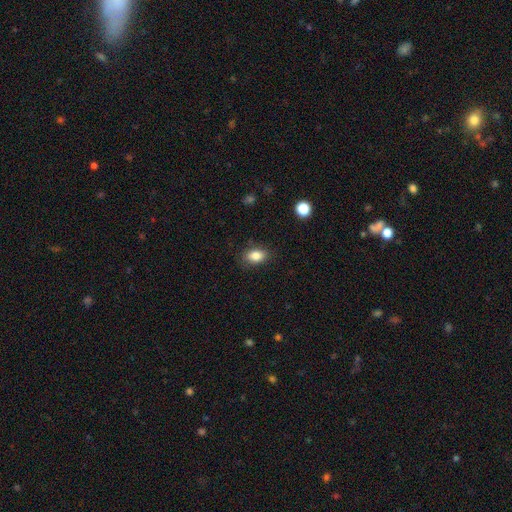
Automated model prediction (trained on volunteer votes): Smooth or featured? Predicted: smooth (p=0.85). How rounded? Predicted: in between (p=0.85). Merging? Predicted: none (p=0.84).